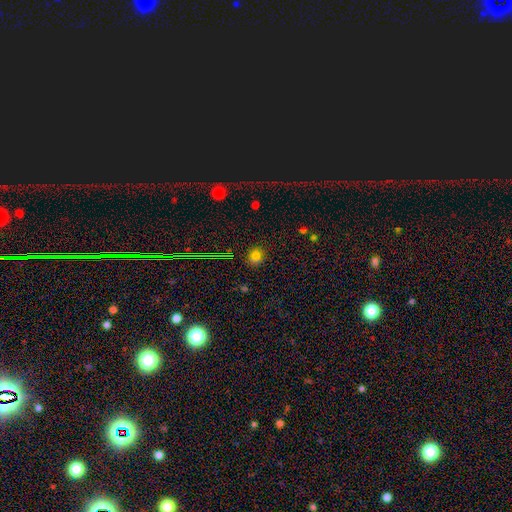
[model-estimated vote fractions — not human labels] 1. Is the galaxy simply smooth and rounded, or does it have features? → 65% smooth, 26% star or artifact, 8% featured or disk.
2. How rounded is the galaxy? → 71% round, 27% in between, 1% cigar-shaped.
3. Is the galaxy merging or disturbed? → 75% none, 12% minor disturbance, 9% merger, 4% major disturbance.